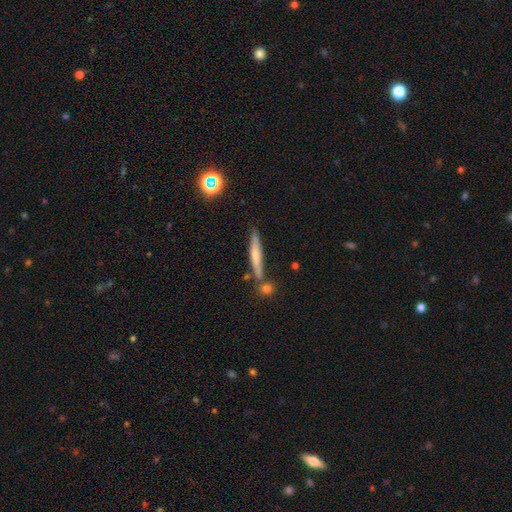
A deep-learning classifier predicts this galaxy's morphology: This is possibly a smooth galaxy (56%). How rounded: clearly cigar-shaped (92%). Merging: likely none (75%).